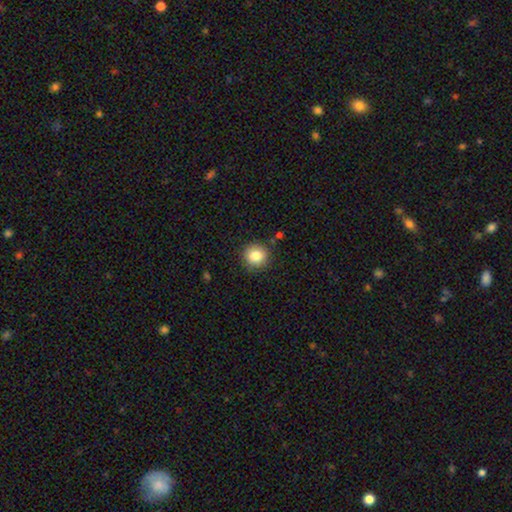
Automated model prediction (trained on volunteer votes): A smooth galaxy with no disk features (84%) that is round (92%).

Vote fractions:
- Smooth or featured? smooth: 84% / star or artifact: 10% / featured or disk: 6%
- How rounded? round: 92% / in between: 8% / cigar-shaped: 1%
- Merging? none: 88% / minor disturbance: 8% / major disturbance: 2% / merger: 2%